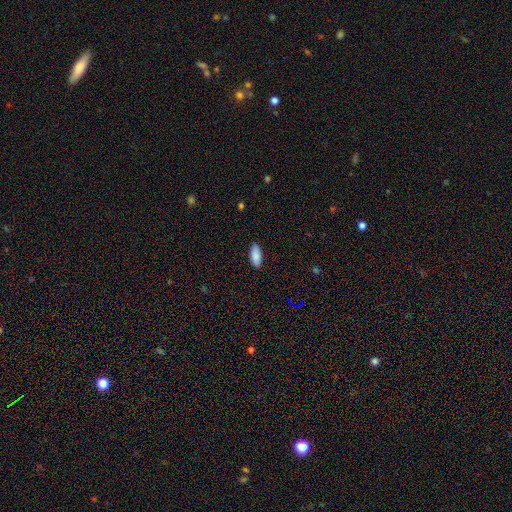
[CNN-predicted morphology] A smooth galaxy with no disk features (87%) that is in between round and cigar-shaped (82%).

Vote fractions:
- Smooth or featured? smooth: 87% / star or artifact: 6% / featured or disk: 6%
- How rounded? in between: 82% / cigar-shaped: 16% / round: 2%
- Merging? none: 86% / minor disturbance: 11% / major disturbance: 2% / merger: 1%